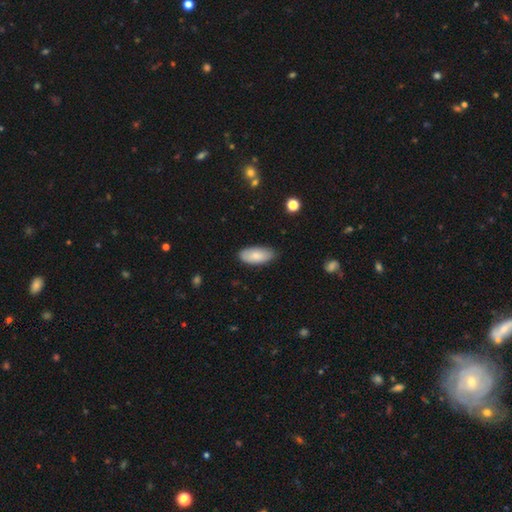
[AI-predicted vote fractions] Morphology: type=smooth (81%); roundness=in between (90%); merging=none (80%).